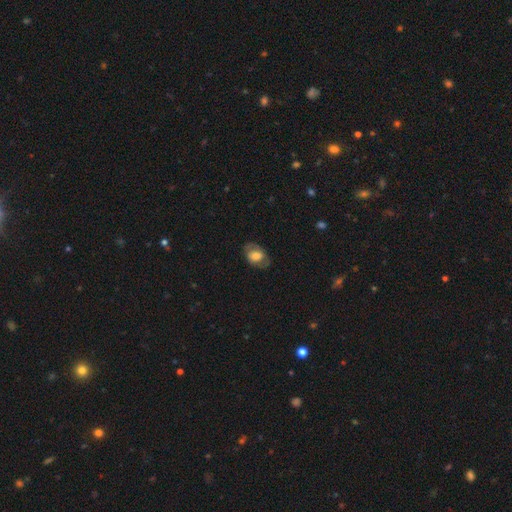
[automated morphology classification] Smooth or featured? Predicted: smooth (p=0.62). How rounded? Predicted: in between (p=0.79). Merging? Predicted: none (p=0.71).